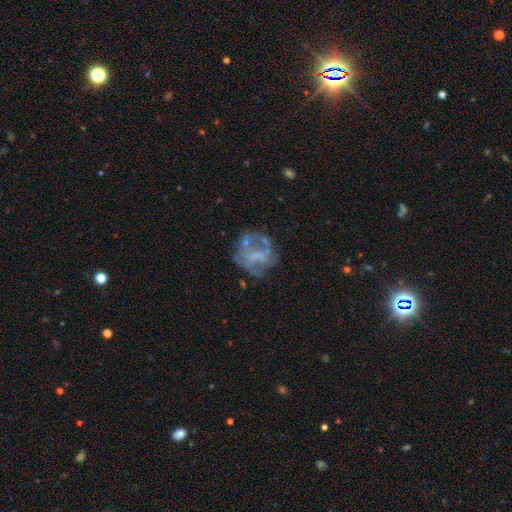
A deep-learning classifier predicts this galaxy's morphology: Smooth or featured? Predicted: featured or disk (p=0.65). Edge-on disk? Predicted: no (p=0.98). Bar? Predicted: no (p=0.61). Spiral arms? Predicted: no (p=0.69). Bulge size? Predicted: none (p=0.59). Merging? Predicted: none (p=0.52).